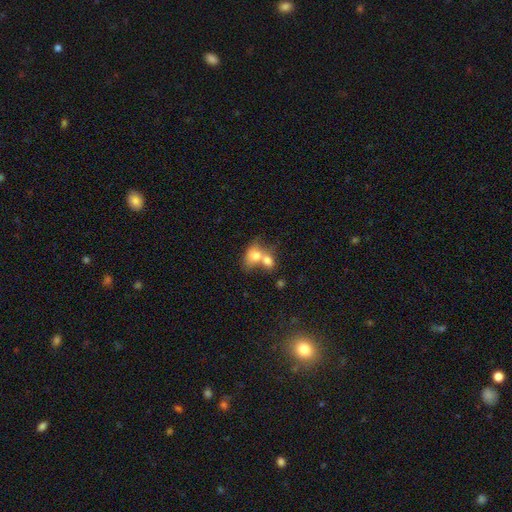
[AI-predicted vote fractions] Smooth or featured: smooth — 73% (featured or disk — 18%)
How rounded: in between — 65% (round — 33%)
Merging: merger — 71% (none — 17%)